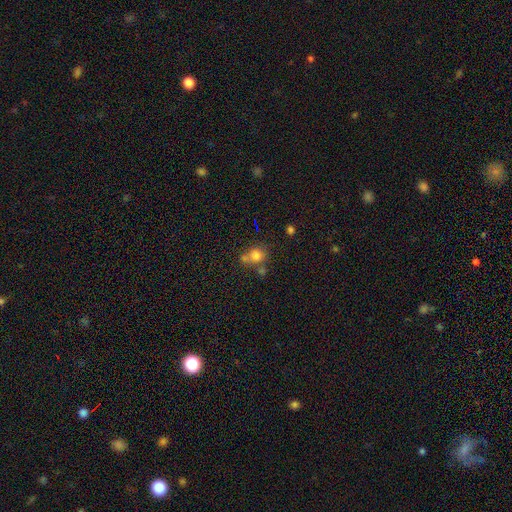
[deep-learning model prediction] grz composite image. It shows a smooth galaxy with no disk features (75%) that is round (78%). Merging: none (46%).